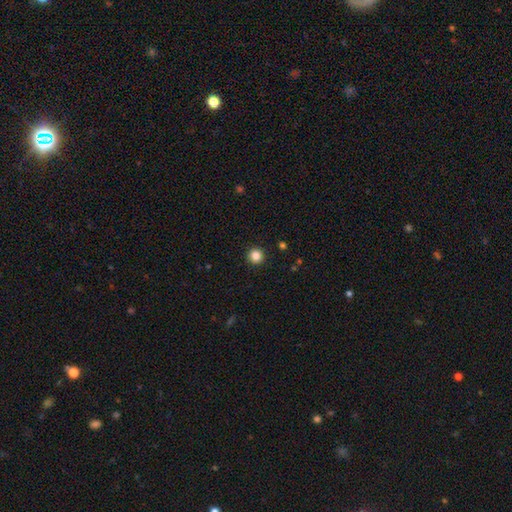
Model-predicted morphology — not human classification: A smooth galaxy with no disk features (84%) that is round (96%).

Vote fractions:
- Smooth or featured? smooth: 84% / star or artifact: 11% / featured or disk: 5%
- How rounded? round: 96% / in between: 3% / cigar-shaped: 1%
- Merging? none: 94% / minor disturbance: 4% / major disturbance: 1% / merger: 1%